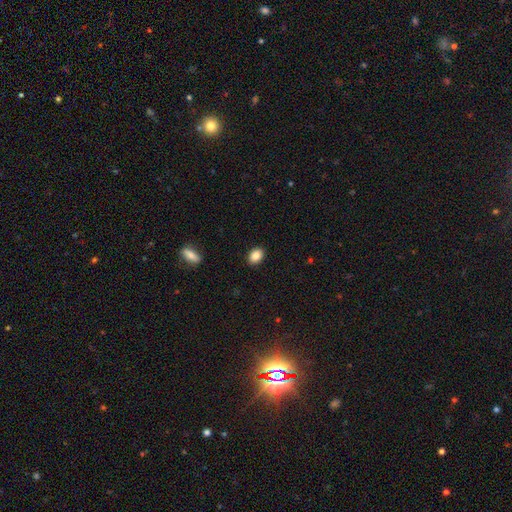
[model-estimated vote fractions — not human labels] The model was most divided on "how rounded": in between: 74%, round: 25%, cigar-shaped: 1%. More confident: merging — none (90%); smooth or featured — smooth (87%).